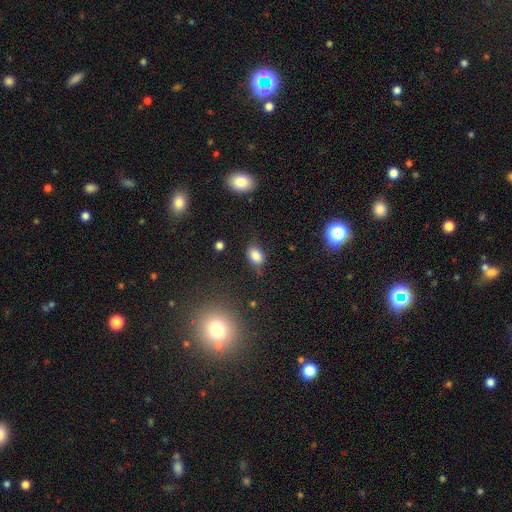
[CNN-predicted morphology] Smooth or featured: smooth — 82% (star or artifact — 10%)
How rounded: in between — 80% (round — 18%)
Merging: none — 69% (minor disturbance — 22%)